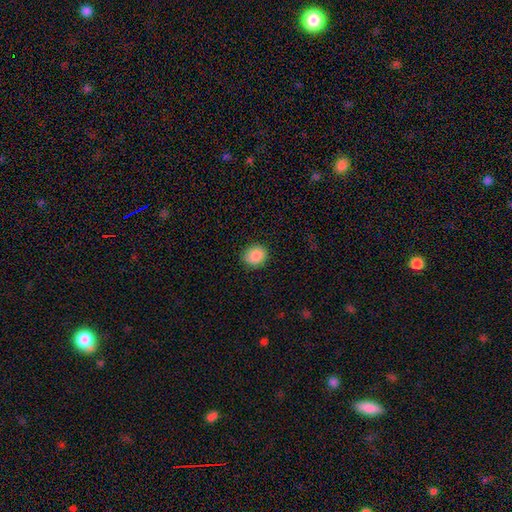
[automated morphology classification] smooth-or-featured: smooth: 88% | star or artifact: 8% | featured or disk: 3%
  how-rounded: round: 70% | in between: 30% | cigar-shaped: 1%
  merging: none: 87% | minor disturbance: 10% | major disturbance: 2% | merger: 1%